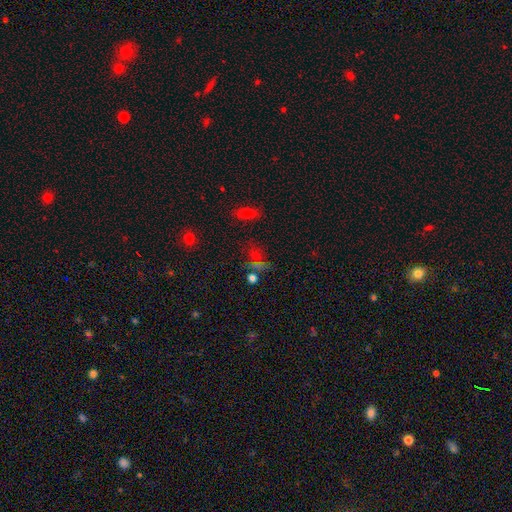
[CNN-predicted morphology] smooth_or_featured: smooth (p=0.51) [alt: star or artifact p=0.38]
how_rounded: round (p=0.51) [alt: in between p=0.38]
merging: none (p=0.62) [alt: merger p=0.15]